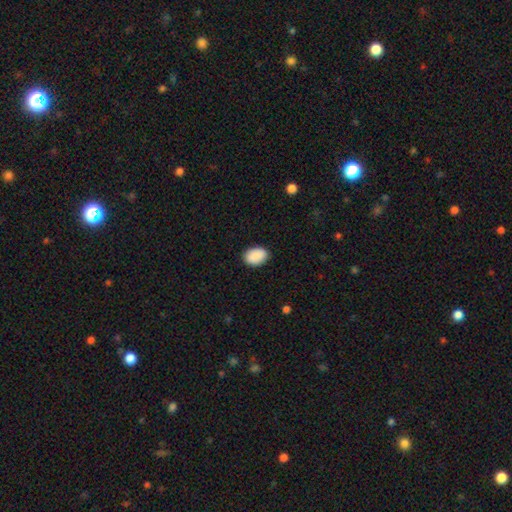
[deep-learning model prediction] Smooth or featured?
  - smooth: 90% *
  - star or artifact: 7%
  - featured or disk: 3%
How rounded?
  - in between: 81% *
  - round: 18%
  - cigar-shaped: 1%
Merging?
  - none: 87% *
  - minor disturbance: 10%
  - major disturbance: 2%
  - merger: 1%